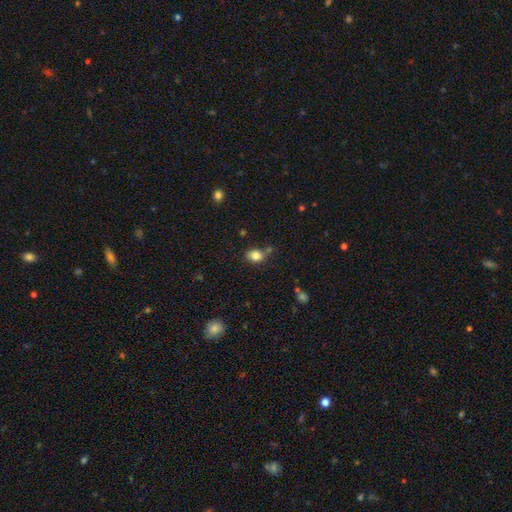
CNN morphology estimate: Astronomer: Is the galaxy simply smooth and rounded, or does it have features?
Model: smooth — 82%.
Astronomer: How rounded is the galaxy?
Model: in between — 60% (runner-up: round, 39%).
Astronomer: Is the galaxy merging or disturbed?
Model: none — 66%.